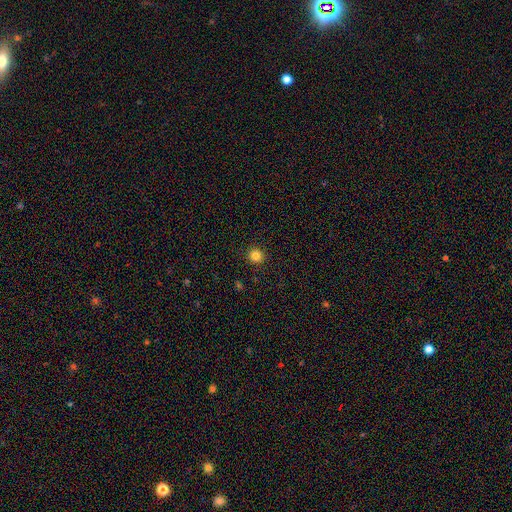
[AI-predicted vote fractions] This is clearly a smooth galaxy (83%). How rounded: clearly round (94%). Merging: clearly none (92%).